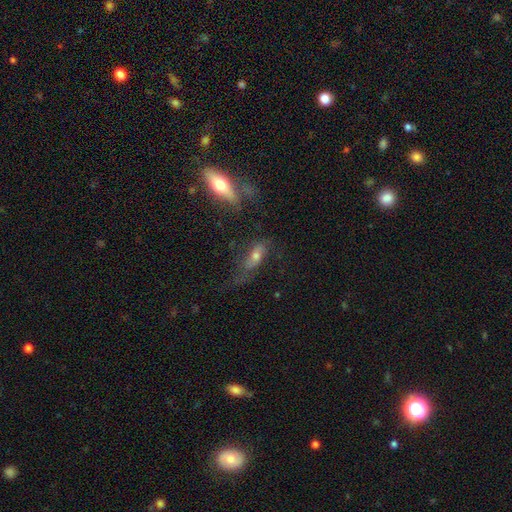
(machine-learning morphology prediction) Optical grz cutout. It shows a featured or disk galaxy (47%). Merging: none (48%).